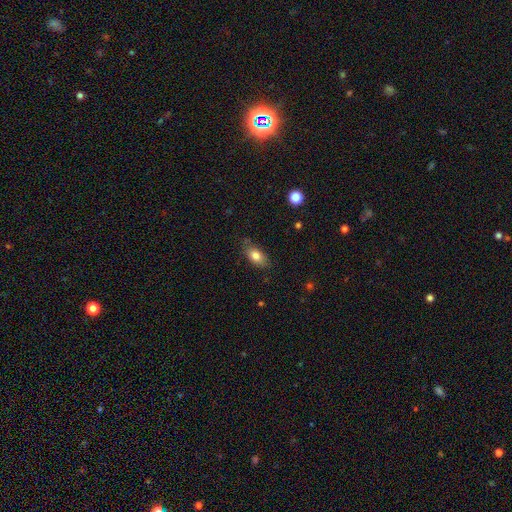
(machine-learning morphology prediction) Smooth or featured? Predicted: smooth (p=0.78). How rounded? Predicted: in between (p=0.86). Merging? Predicted: none (p=0.75).